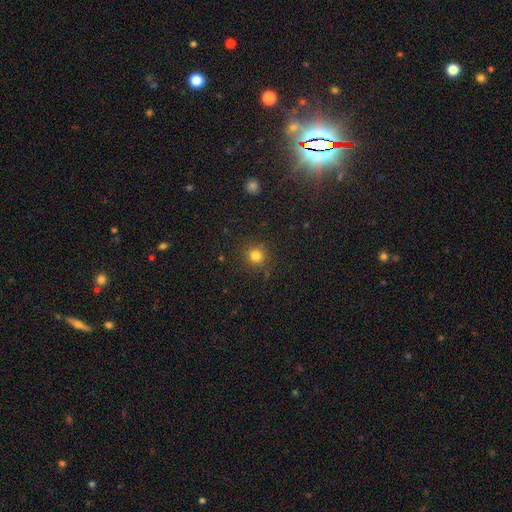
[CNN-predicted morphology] smooth-or-featured: smooth: 80% | star or artifact: 14% | featured or disk: 5%
  how-rounded: round: 93% | in between: 6% | cigar-shaped: 1%
  merging: none: 88% | minor disturbance: 7% | major disturbance: 3% | merger: 2%